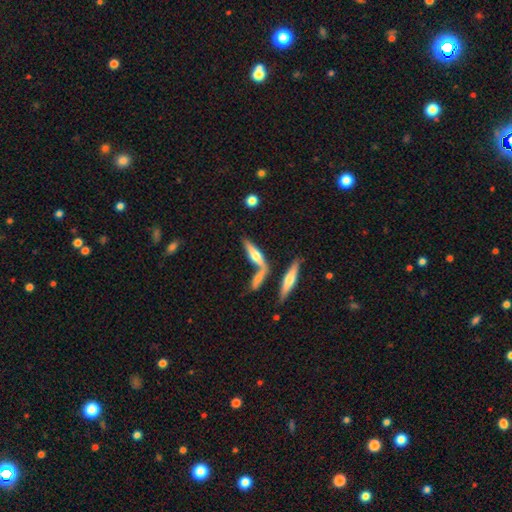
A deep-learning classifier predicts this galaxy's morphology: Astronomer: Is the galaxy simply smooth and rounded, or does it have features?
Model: featured or disk — 51% (runner-up: smooth, 42%).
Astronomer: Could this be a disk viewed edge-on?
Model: yes — 88%.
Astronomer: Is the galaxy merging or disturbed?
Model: none — 46% (runner-up: merger, 36%).